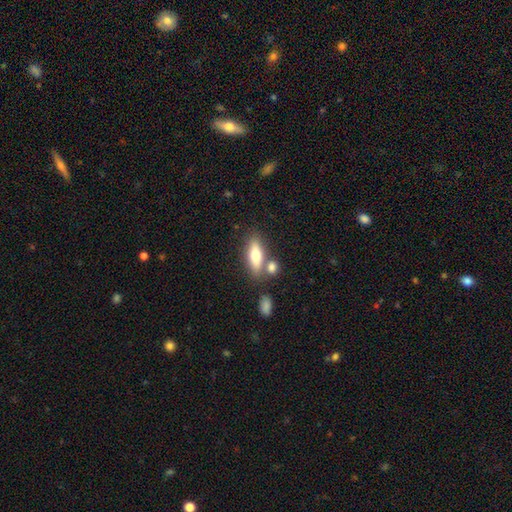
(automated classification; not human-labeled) A smooth galaxy with no disk features (68%) that is in between round and cigar-shaped (62%). Merging: none (62%).